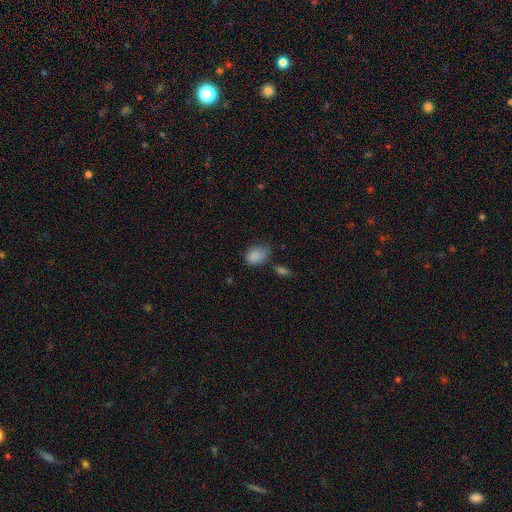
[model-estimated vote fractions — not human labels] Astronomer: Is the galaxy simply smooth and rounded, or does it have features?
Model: smooth — 86%.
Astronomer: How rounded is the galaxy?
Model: in between — 71%.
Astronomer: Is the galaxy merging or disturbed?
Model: none — 51% (runner-up: minor disturbance, 35%).